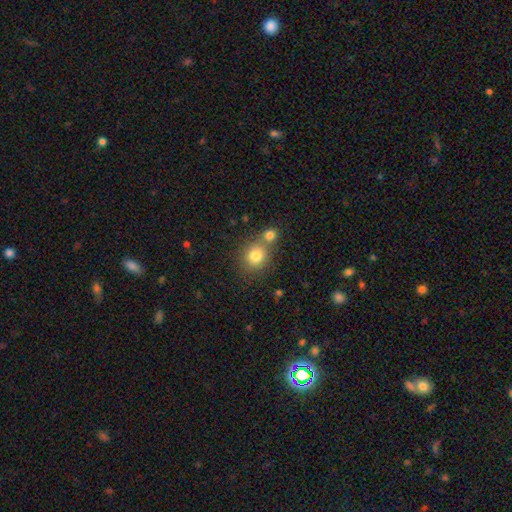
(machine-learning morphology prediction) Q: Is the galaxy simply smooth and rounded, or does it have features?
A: smooth — 79%.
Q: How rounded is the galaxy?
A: round — 77%.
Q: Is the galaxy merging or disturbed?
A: none — 52%.